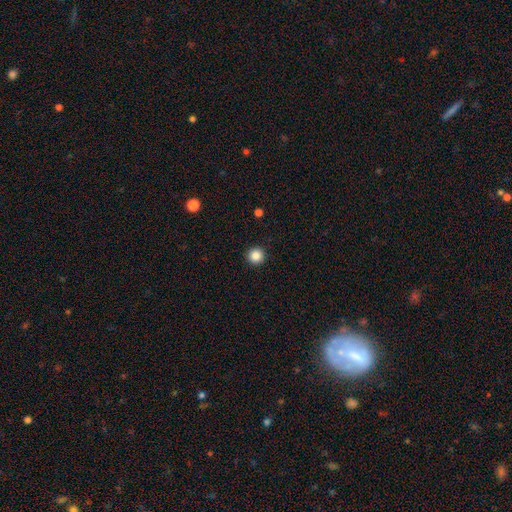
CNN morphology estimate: smooth 86%, star or artifact 10%, featured or disk 4%. Down the decision tree: how rounded — round (96%); merging — none (93%).